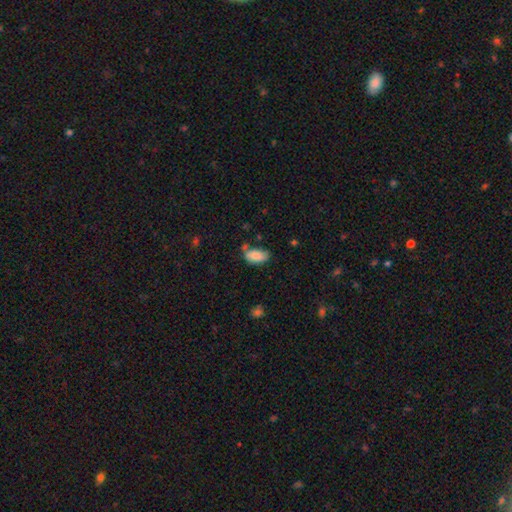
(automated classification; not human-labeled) A smooth galaxy with no disk features (83%) that is in between round and cigar-shaped (93%).

Vote fractions:
- Smooth or featured? smooth: 83% / featured or disk: 9% / star or artifact: 7%
- How rounded? in between: 93% / round: 4% / cigar-shaped: 3%
- Merging? none: 57% / minor disturbance: 27% / merger: 9% / major disturbance: 7%